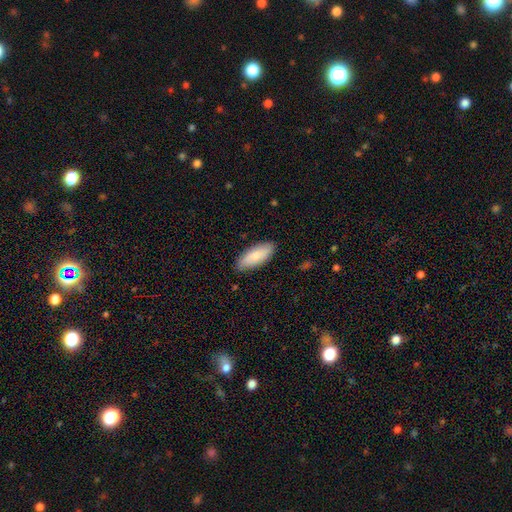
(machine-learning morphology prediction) type=smooth (80%); roundness=in between (81%); merging=none (85%).